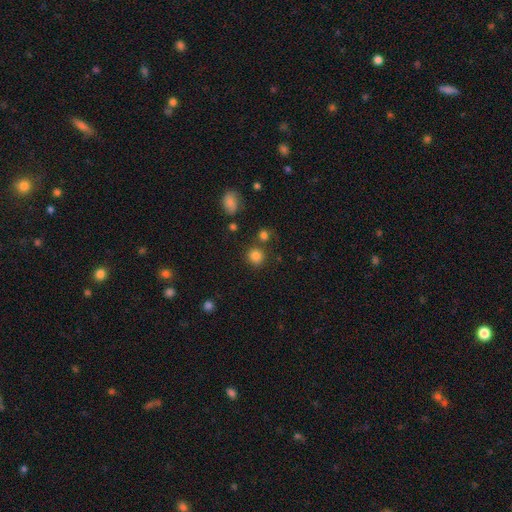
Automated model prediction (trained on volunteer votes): smooth_or_featured: smooth (p=0.82) [alt: star or artifact p=0.13]
how_rounded: round (p=0.88) [alt: in between p=0.11]
merging: none (p=0.78) [alt: minor disturbance p=0.09]